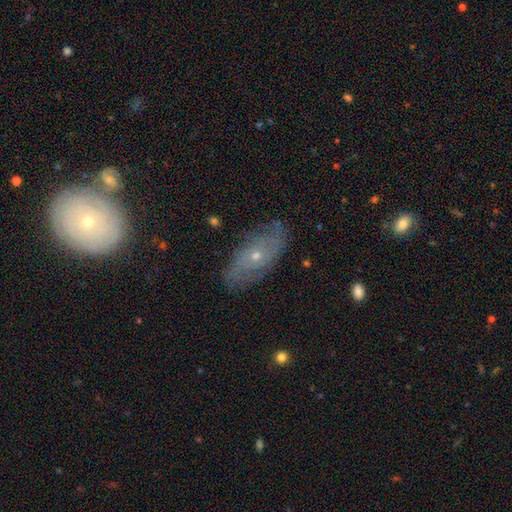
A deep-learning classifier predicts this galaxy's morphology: The model was most divided on "smooth or featured": featured or disk: 63%, smooth: 27%, star or artifact: 10%. More confident: edge-on disk — no (85%); bar — no (83%); merging — none (78%); spiral arms — yes (72%); bulge size — small (67%).